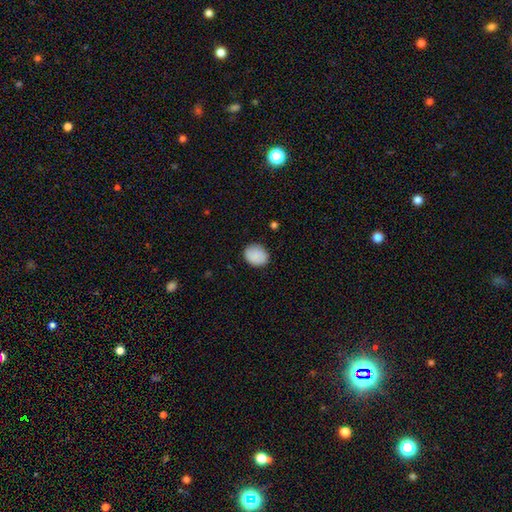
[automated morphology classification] smooth 89%, star or artifact 7%, featured or disk 4%. Down the decision tree: how rounded — round (55%); merging — none (85%).